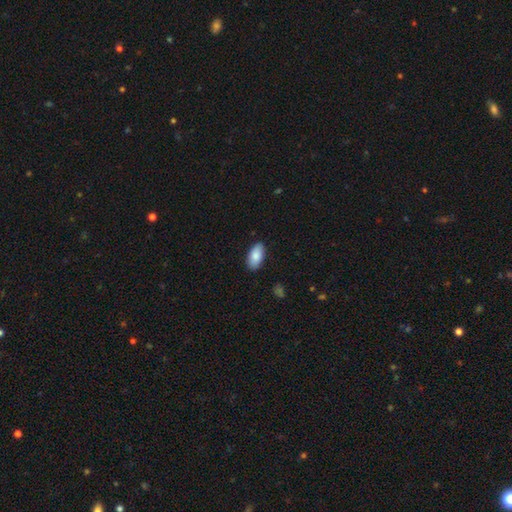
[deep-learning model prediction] smooth 85%, featured or disk 9%, star or artifact 6%. Down the decision tree: how rounded — in between (94%); merging — none (86%).